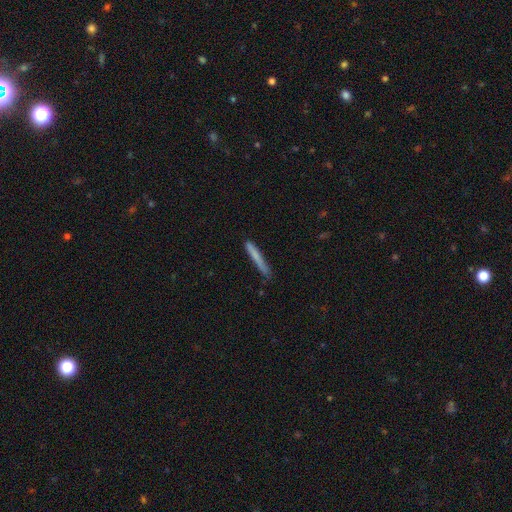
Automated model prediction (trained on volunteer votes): Smooth or featured? smooth (73%)
How rounded? cigar-shaped (96%)
Merging? none (79%)